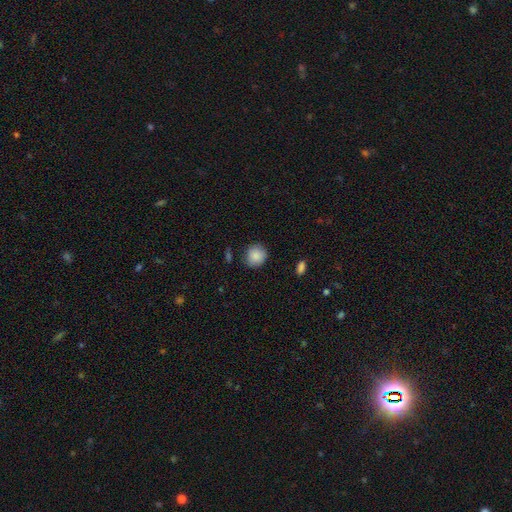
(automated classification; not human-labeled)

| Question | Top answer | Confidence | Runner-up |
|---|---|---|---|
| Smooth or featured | smooth | 88% | star or artifact (8%) |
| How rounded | round | 85% | in between (14%) |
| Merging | none | 82% | minor disturbance (13%) |